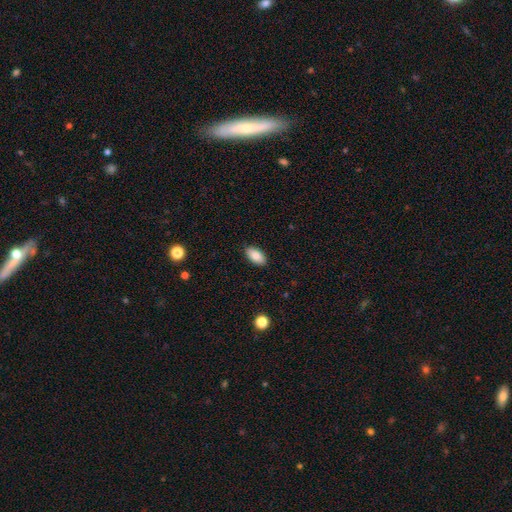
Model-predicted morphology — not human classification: A smooth galaxy with no disk features (85%) that is in between round and cigar-shaped (94%). Merging: none (89%).